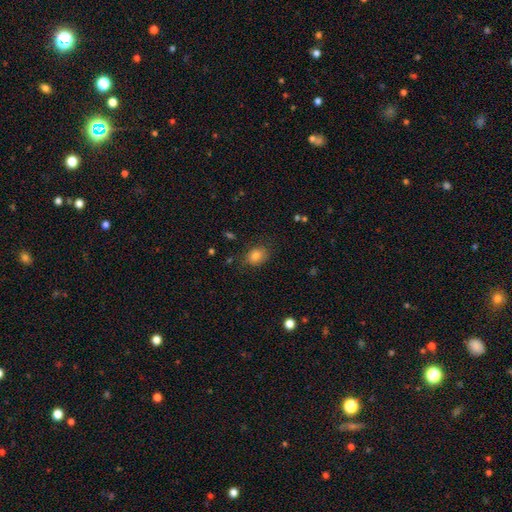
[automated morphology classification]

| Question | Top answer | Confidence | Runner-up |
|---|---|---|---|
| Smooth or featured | smooth | 80% | star or artifact (11%) |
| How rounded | in between | 54% | round (45%) |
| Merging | none | 77% | minor disturbance (17%) |